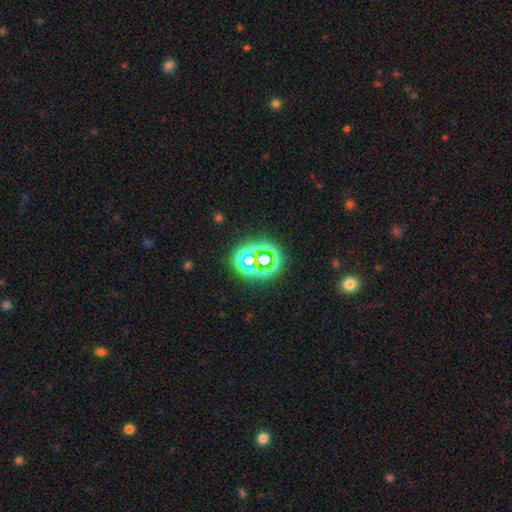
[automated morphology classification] Q: Smooth or featured?
A: star or artifact (68%); runner-up: smooth (19%)